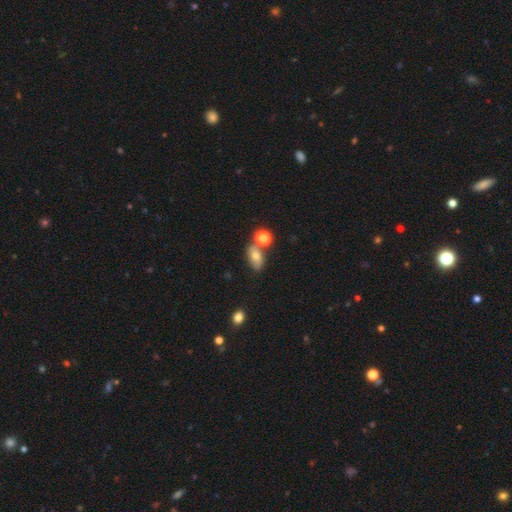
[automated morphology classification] The model was most divided on "merging": none: 57%, merger: 21%, minor disturbance: 16%, major disturbance: 6%. More confident: how rounded — in between (82%); smooth or featured — smooth (68%).